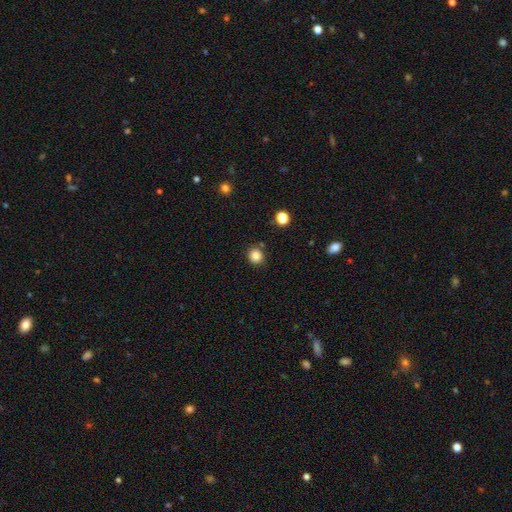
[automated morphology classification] Overall: smooth (85%). How rounded: round (91%). Merging: none (87%).